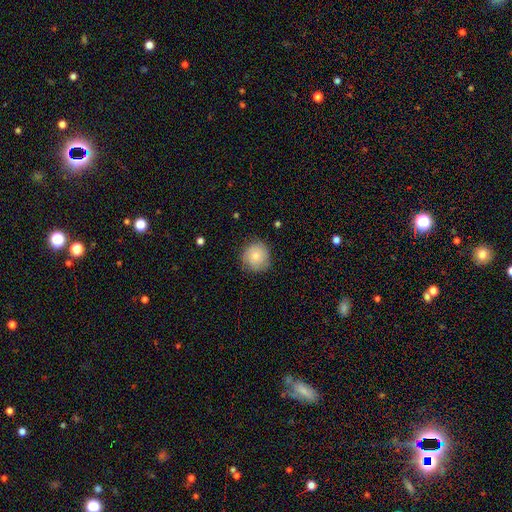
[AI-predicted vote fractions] smooth 73%, featured or disk 19%, star or artifact 8%. Down the decision tree: how rounded — round (93%); merging — none (82%).